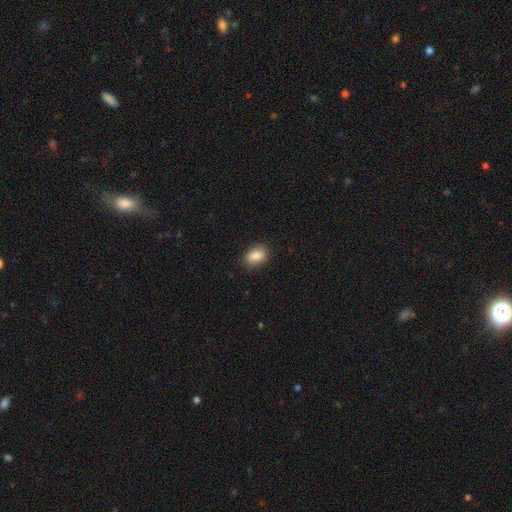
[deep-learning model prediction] Morphology: type=smooth (85%); roundness=in between (85%); merging=none (84%).